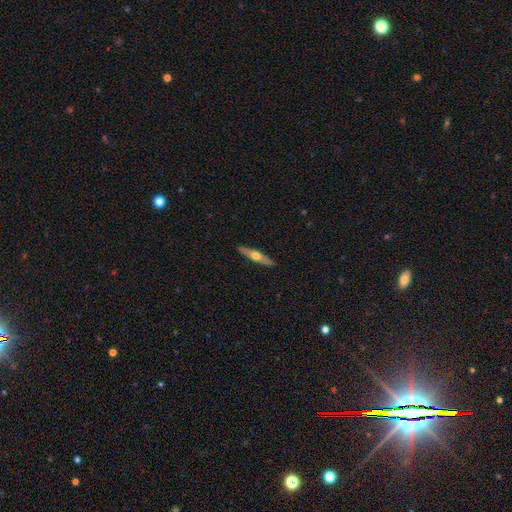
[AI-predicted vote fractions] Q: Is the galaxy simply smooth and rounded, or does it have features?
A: featured or disk — 58%.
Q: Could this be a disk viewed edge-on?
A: yes — 94%.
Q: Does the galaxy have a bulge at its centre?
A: rounded — 93%.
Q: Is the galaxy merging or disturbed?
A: none — 91%.